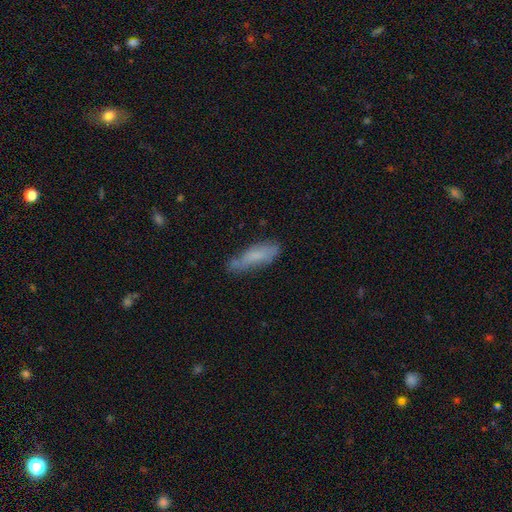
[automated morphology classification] This appears to be a smooth galaxy with no disk features (68%) that is cigar-shaped (60%). Merging: none (59%).